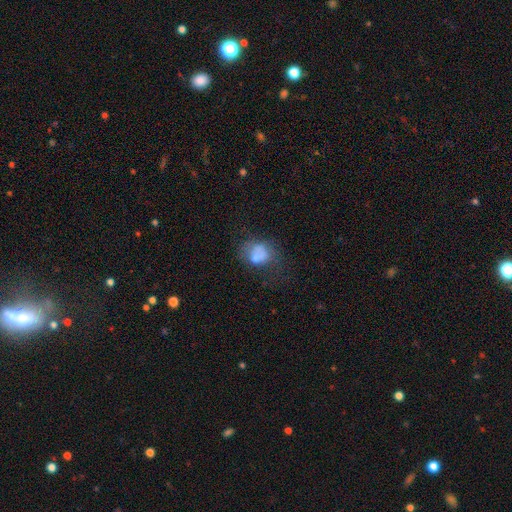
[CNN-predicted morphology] Smooth or featured? smooth (63%)
How rounded? round (54%)
Merging? none (40%)